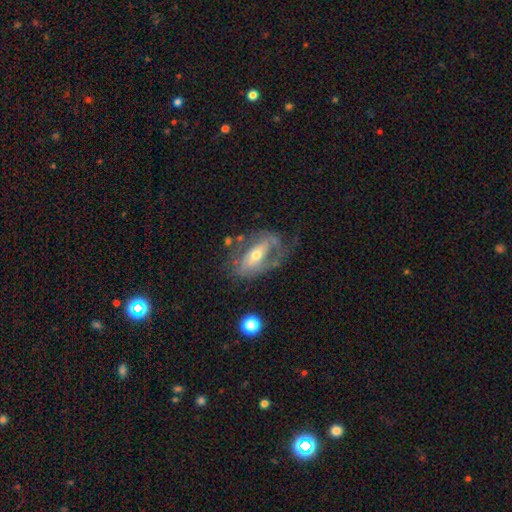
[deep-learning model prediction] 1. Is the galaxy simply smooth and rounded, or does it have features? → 66% featured or disk, 27% smooth, 7% star or artifact.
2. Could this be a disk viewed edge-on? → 87% no, 13% yes.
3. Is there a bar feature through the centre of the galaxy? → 40% no, 31% strong, 30% weak.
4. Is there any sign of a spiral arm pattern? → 58% yes, 42% no.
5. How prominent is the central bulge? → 65% moderate, 28% small, 5% large, 1% none, 1% dominant.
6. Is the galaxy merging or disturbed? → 46% none, 26% major disturbance, 24% minor disturbance, 4% merger.